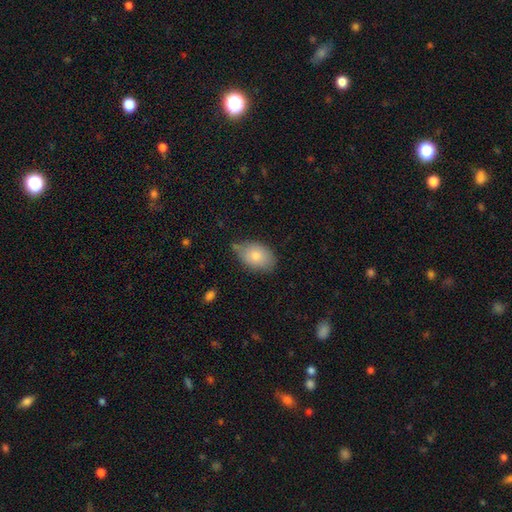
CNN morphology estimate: Smooth or featured: smooth — 80% (featured or disk — 13%)
How rounded: in between — 86% (round — 13%)
Merging: none — 63% (minor disturbance — 28%)